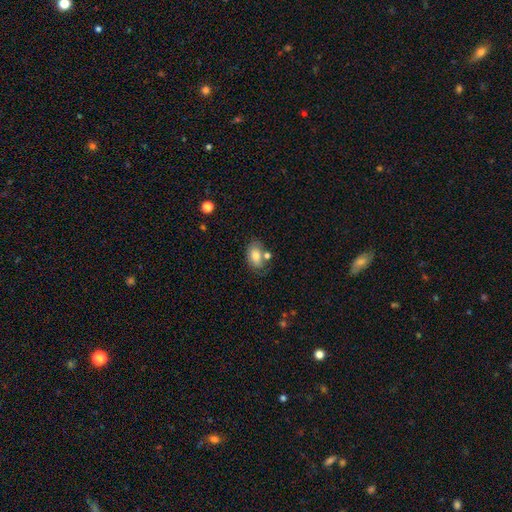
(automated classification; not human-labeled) Smooth or featured: smooth — 76% (featured or disk — 17%)
How rounded: in between — 88% (round — 10%)
Merging: none — 56% (minor disturbance — 19%)